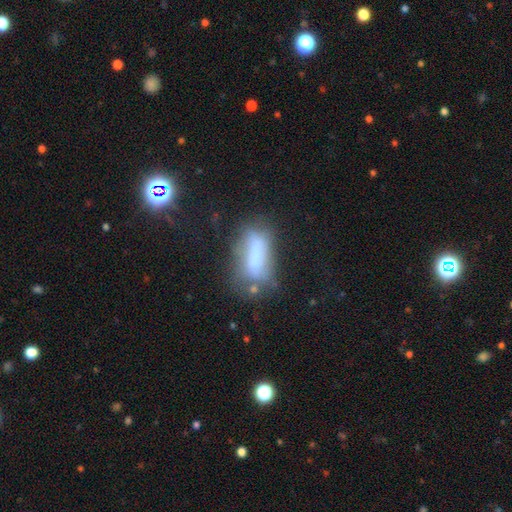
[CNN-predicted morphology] smooth_or_featured: smooth (p=0.58) [alt: featured or disk p=0.29]
how_rounded: in between (p=0.64) [alt: cigar-shaped p=0.33]
merging: none (p=0.42) [alt: minor disturbance p=0.27]